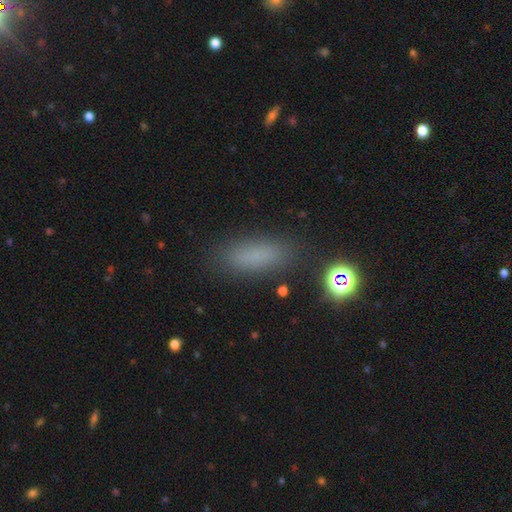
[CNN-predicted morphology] Smooth or featured? smooth (78%)
How rounded? in between (57%)
Merging? none (84%)